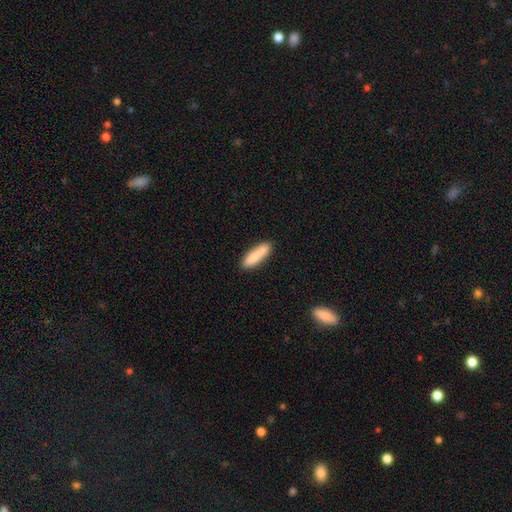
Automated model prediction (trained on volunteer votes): smooth-or-featured: smooth: 85% | featured or disk: 9% | star or artifact: 6%
  how-rounded: cigar-shaped: 69% | in between: 29% | round: 2%
  merging: none: 80% | minor disturbance: 13% | merger: 4% | major disturbance: 3%